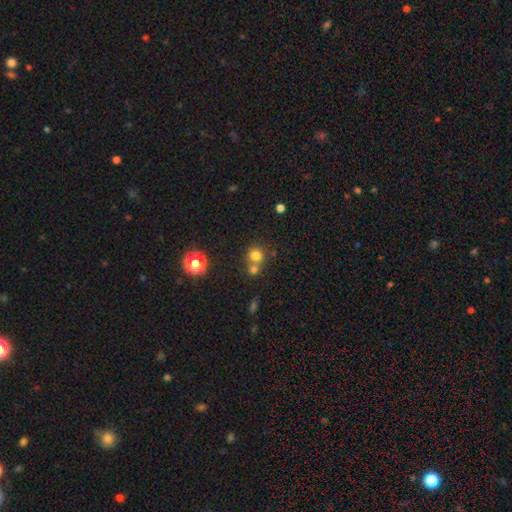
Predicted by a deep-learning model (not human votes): Smooth or featured?
  - smooth: 76% *
  - star or artifact: 16%
  - featured or disk: 9%
How rounded?
  - round: 84% *
  - in between: 16%
  - cigar-shaped: 1%
Merging?
  - none: 52% *
  - merger: 38%
  - minor disturbance: 7%
  - major disturbance: 3%